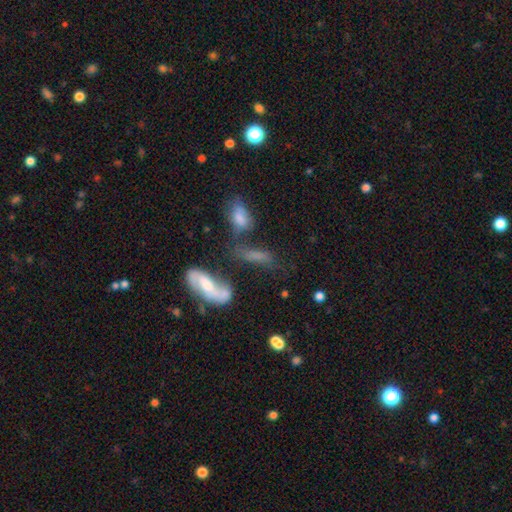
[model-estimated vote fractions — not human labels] Q: Smooth or featured?
A: smooth (53%); runner-up: featured or disk (31%)
Q: How rounded?
A: in between (49%); runner-up: cigar-shaped (44%)
Q: Merging?
A: none (42%); runner-up: merger (25%)